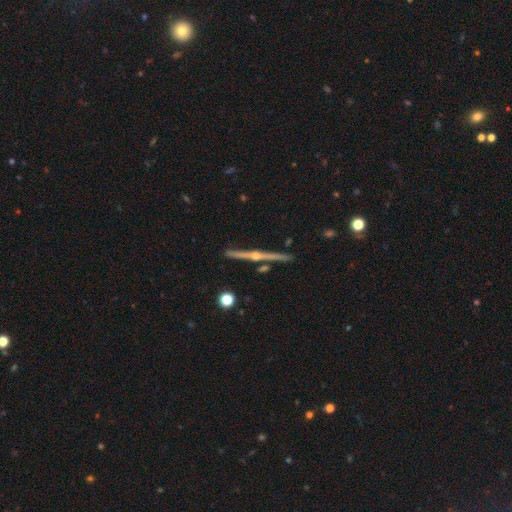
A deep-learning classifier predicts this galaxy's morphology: Overall: featured or disk (85%). Edge-on disk: yes (98%). Edge-on bulge: rounded (88%). Merging: none (89%).